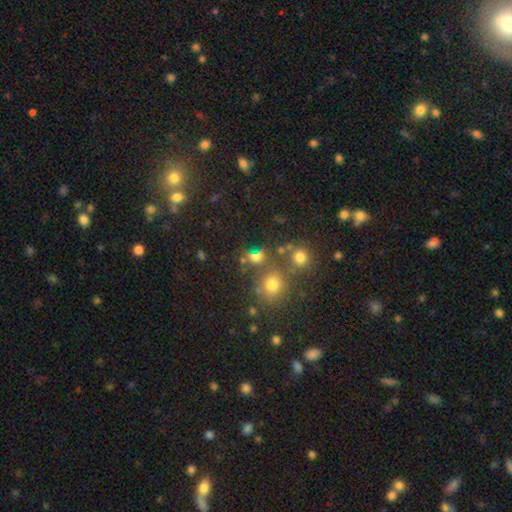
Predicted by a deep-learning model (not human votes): smooth-or-featured: smooth: 63% | star or artifact: 27% | featured or disk: 10%
  how-rounded: round: 59% | in between: 38% | cigar-shaped: 4%
  merging: none: 59% | merger: 20% | minor disturbance: 13% | major disturbance: 8%